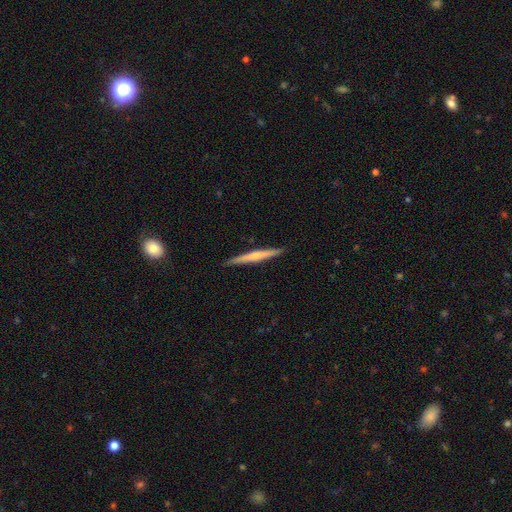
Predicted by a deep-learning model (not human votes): smooth-or-featured: featured or disk: 53% | smooth: 42% | star or artifact: 5%
  disk-edge-on: yes: 98% | no: 2%
    edge-on-bulge: none: 49% | rounded: 41% | boxy: 10%
  merging: none: 91% | minor disturbance: 7% | major disturbance: 1% | merger: 1%